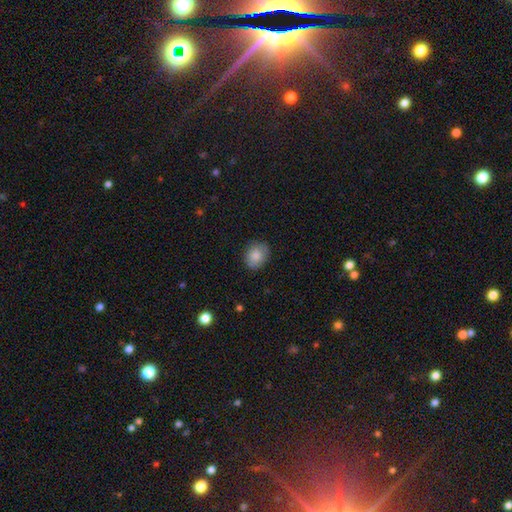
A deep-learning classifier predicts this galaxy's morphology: Smooth or featured? smooth (84%)
How rounded? round (51%)
Merging? none (83%)